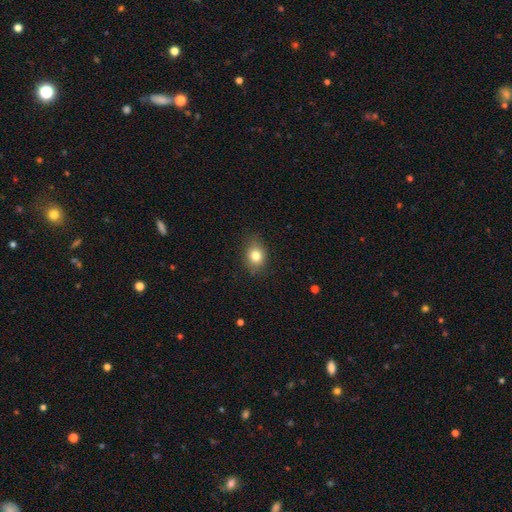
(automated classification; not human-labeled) Q: Smooth or featured?
A: smooth (80%); runner-up: star or artifact (11%)
Q: How rounded?
A: in between (54%); runner-up: round (45%)
Q: Merging?
A: none (80%); runner-up: minor disturbance (15%)